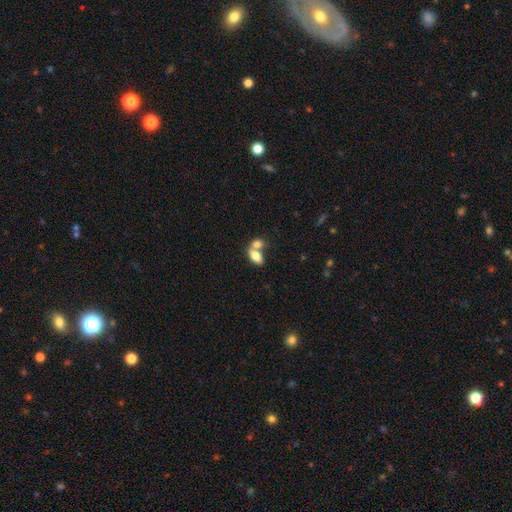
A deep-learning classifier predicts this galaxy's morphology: This appears to be a smooth galaxy with no disk features (77%) that is in between round and cigar-shaped (89%). Merging: merger (63%).